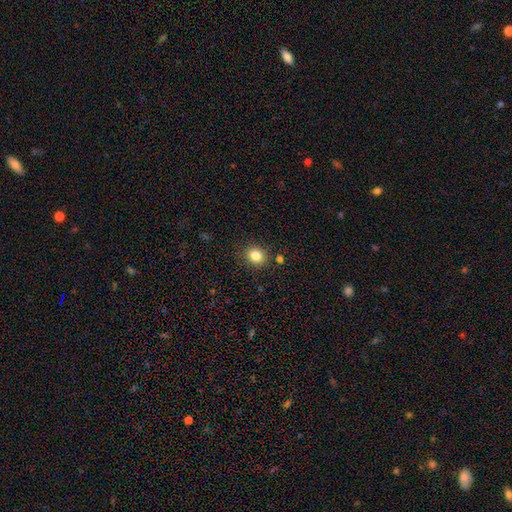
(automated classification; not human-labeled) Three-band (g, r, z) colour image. It shows a smooth galaxy with no disk features (83%) that is round (69%). Merging: none (86%).